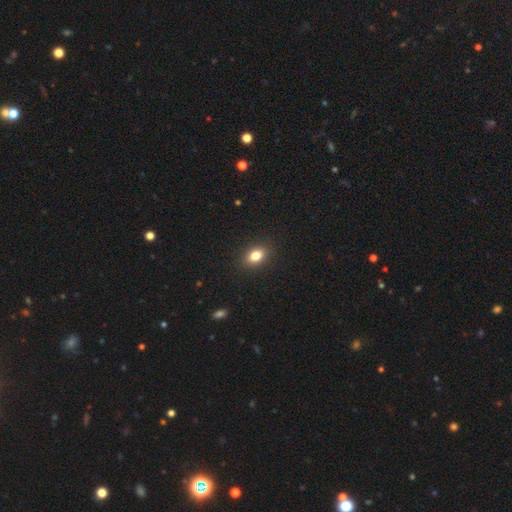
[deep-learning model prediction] The model was most divided on "how rounded": in between: 80%, round: 18%, cigar-shaped: 2%. More confident: merging — none (89%); smooth or featured — smooth (82%).